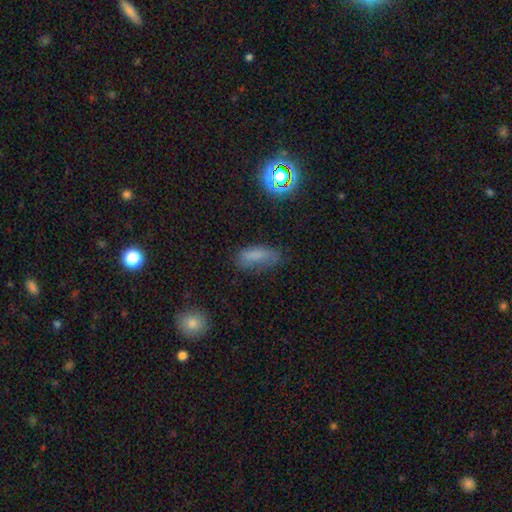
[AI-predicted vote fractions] Smooth or featured?
  - smooth: 69% *
  - star or artifact: 18%
  - featured or disk: 13%
How rounded?
  - in between: 71% *
  - cigar-shaped: 24%
  - round: 5%
Merging?
  - none: 54% *
  - minor disturbance: 29%
  - major disturbance: 14%
  - merger: 3%